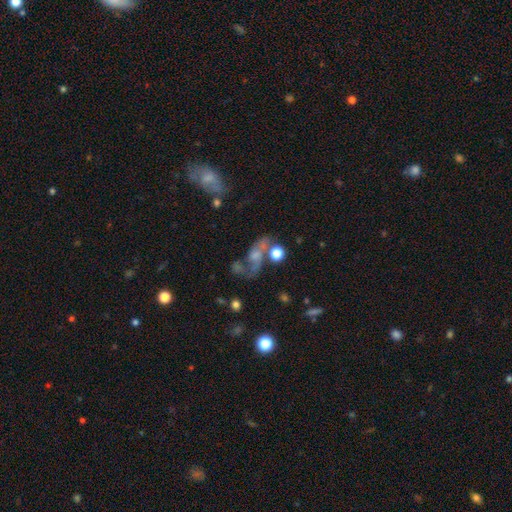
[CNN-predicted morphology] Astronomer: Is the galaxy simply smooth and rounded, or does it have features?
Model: featured or disk — 60%.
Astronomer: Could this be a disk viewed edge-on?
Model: no — 91%.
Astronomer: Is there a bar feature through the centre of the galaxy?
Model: no — 65%.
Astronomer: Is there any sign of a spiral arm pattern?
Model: yes — 77%.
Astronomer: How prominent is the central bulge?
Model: moderate — 38% (runner-up: small, 33%).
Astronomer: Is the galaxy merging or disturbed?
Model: none — 45%.